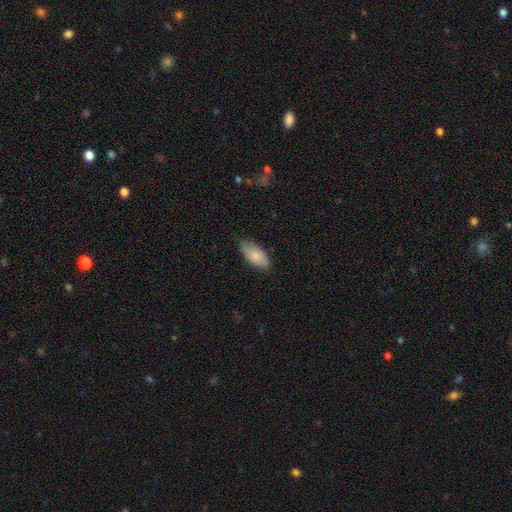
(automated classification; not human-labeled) smooth_or_featured: smooth (p=0.83) [alt: featured or disk p=0.11]
how_rounded: in between (p=0.91) [alt: cigar-shaped p=0.07]
merging: none (p=0.82) [alt: minor disturbance p=0.15]